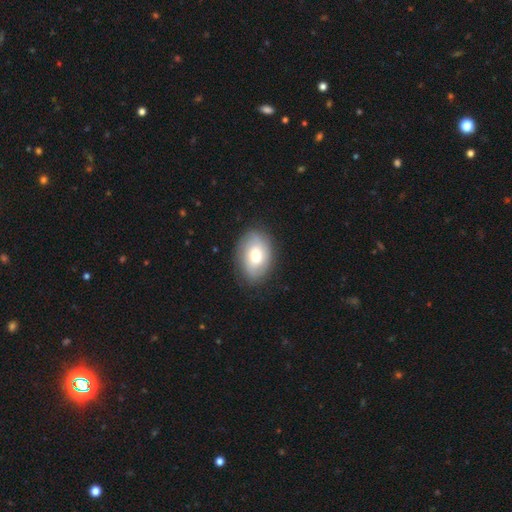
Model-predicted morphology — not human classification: Smooth or featured?
  - smooth: 59% *
  - featured or disk: 34%
  - star or artifact: 7%
How rounded?
  - in between: 83% *
  - round: 16%
  - cigar-shaped: 1%
Merging?
  - none: 82% *
  - minor disturbance: 13%
  - major disturbance: 4%
  - merger: 1%